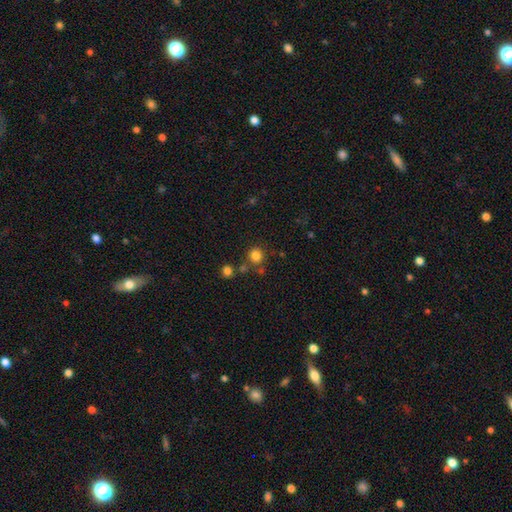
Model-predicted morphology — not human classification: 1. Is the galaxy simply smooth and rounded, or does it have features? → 81% smooth, 14% star or artifact, 5% featured or disk.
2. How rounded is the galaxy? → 89% round, 10% in between, 1% cigar-shaped.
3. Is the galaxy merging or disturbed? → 77% none, 11% merger, 9% minor disturbance, 4% major disturbance.